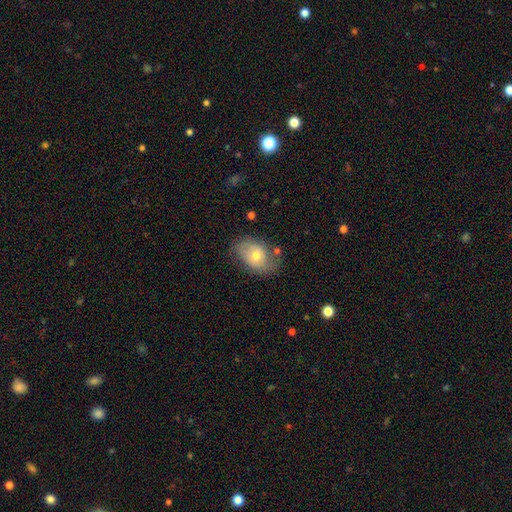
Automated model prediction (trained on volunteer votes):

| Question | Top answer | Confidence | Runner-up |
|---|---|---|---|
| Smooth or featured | smooth | 54% | featured or disk (38%) |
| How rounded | in between | 80% | round (19%) |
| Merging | none | 61% | minor disturbance (26%) |